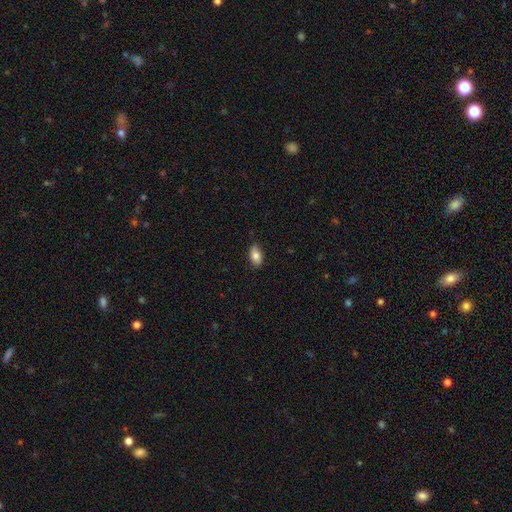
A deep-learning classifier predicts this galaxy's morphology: Smooth or featured?
  - smooth: 81% *
  - featured or disk: 11%
  - star or artifact: 7%
How rounded?
  - in between: 91% *
  - round: 6%
  - cigar-shaped: 4%
Merging?
  - none: 84% *
  - minor disturbance: 13%
  - major disturbance: 2%
  - merger: 1%